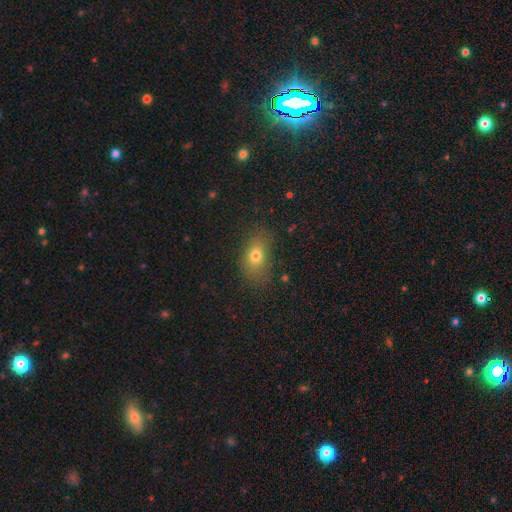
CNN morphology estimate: Overall: smooth (73%). How rounded: in between (76%). Merging: none (75%).